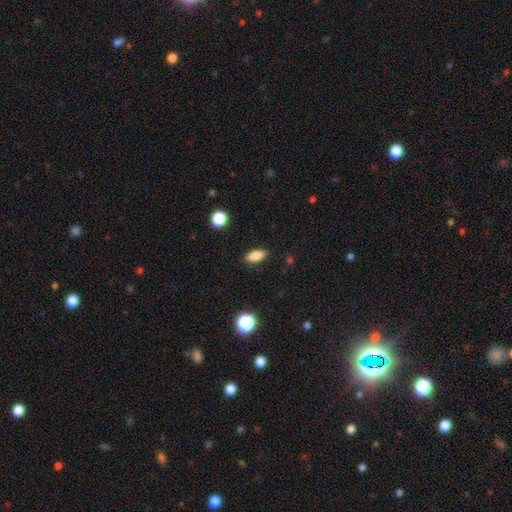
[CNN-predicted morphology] This appears to be a smooth galaxy with no disk features (85%) that is in between round and cigar-shaped (84%). Merging: none (88%).